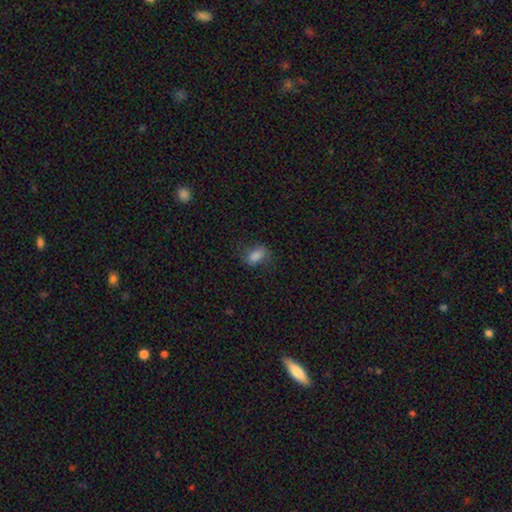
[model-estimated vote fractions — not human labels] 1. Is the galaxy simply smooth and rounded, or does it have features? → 82% smooth, 11% star or artifact, 8% featured or disk.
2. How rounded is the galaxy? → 85% in between, 11% round, 4% cigar-shaped.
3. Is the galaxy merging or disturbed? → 69% none, 21% minor disturbance, 9% major disturbance, 1% merger.